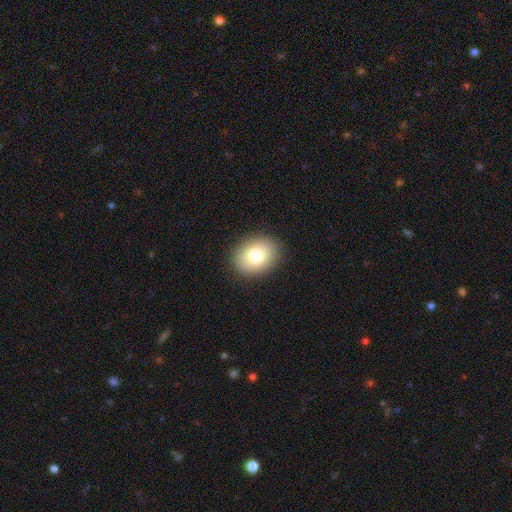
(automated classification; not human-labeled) This is clearly a smooth galaxy (80%). How rounded: likely in between (61%). Merging: clearly none (90%).